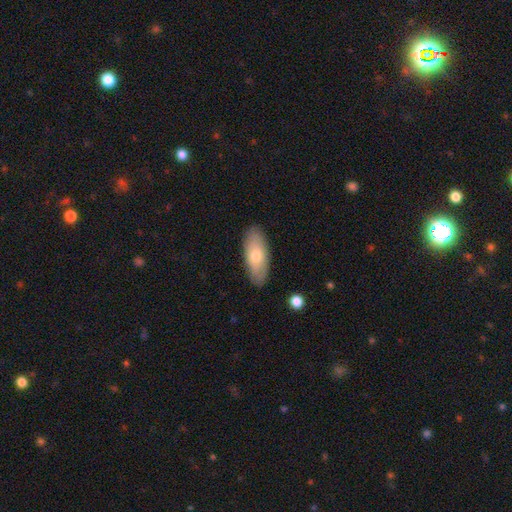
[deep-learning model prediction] A smooth galaxy with no disk features (69%) that is in between round and cigar-shaped (80%). Merging: none (86%).